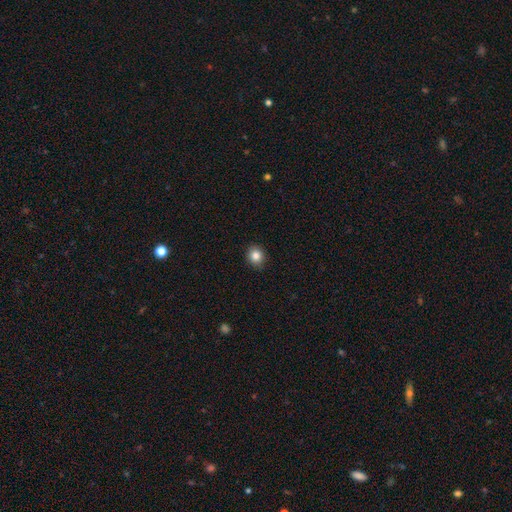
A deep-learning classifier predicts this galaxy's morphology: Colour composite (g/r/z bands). It shows a smooth galaxy with no disk features (85%) that is round (76%). Merging: none (89%).